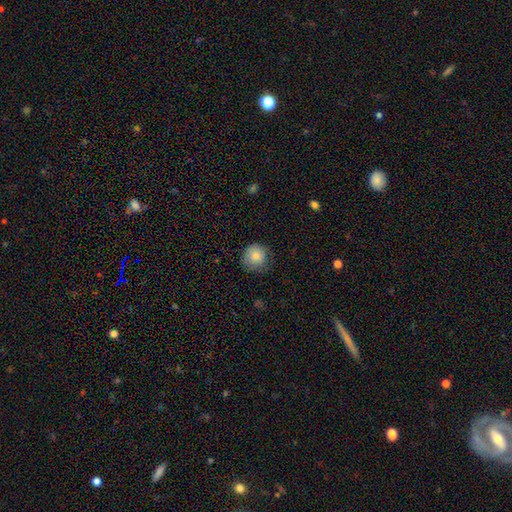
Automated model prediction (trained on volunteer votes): Overall: smooth (84%). How rounded: round (92%). Merging: none (77%).